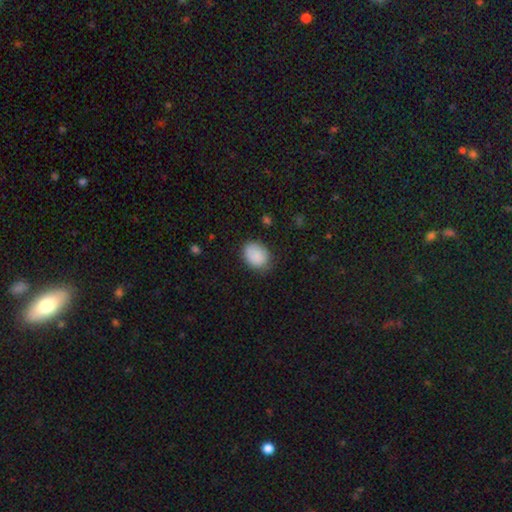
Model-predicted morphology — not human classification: Smooth or featured? Predicted: smooth (p=0.88). How rounded? Predicted: in between (p=0.66). Merging? Predicted: none (p=0.77).